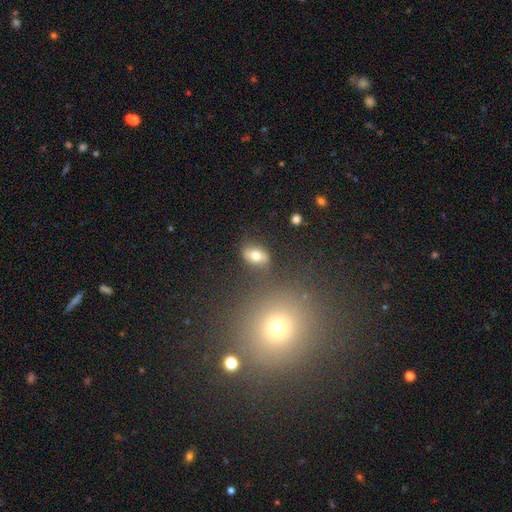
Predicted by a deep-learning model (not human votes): Overall: smooth (64%; featured or disk 25%). How rounded: in between (80%). Merging: none (73%).